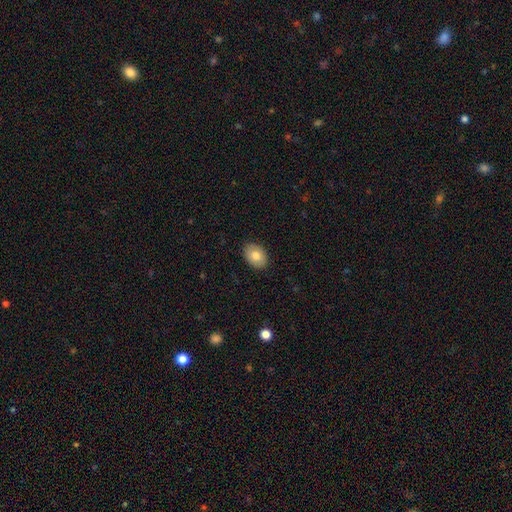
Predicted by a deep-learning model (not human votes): smooth_or_featured: smooth (p=0.80) [alt: featured or disk p=0.13]
how_rounded: in between (p=0.79) [alt: round p=0.20]
merging: none (p=0.89) [alt: minor disturbance p=0.08]